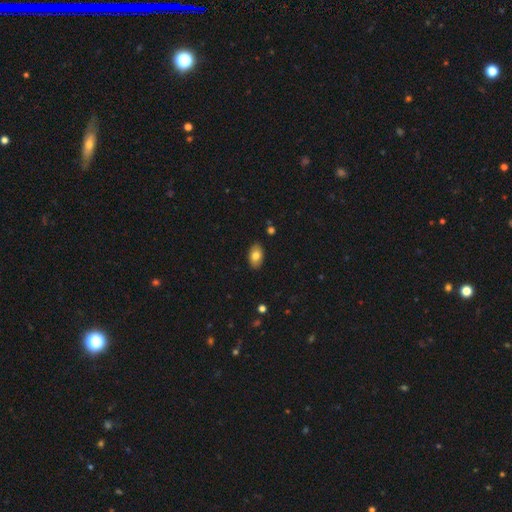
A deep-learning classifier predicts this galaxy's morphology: smooth 79%, featured or disk 14%, star or artifact 7%. Down the decision tree: how rounded — in between (92%); merging — none (88%).